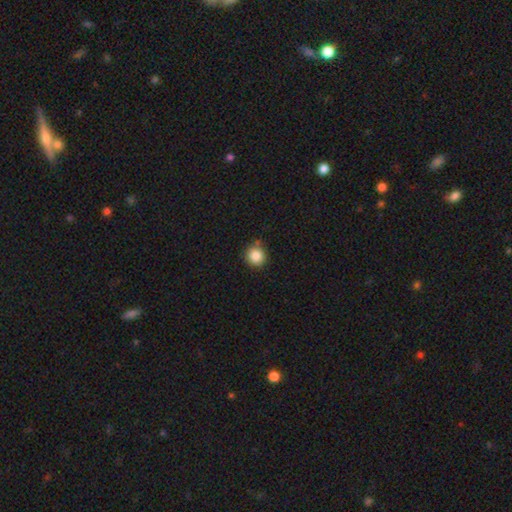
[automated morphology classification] Smooth or featured: smooth — 86% (star or artifact — 10%)
How rounded: round — 92% (in between — 7%)
Merging: none — 80% (minor disturbance — 12%)